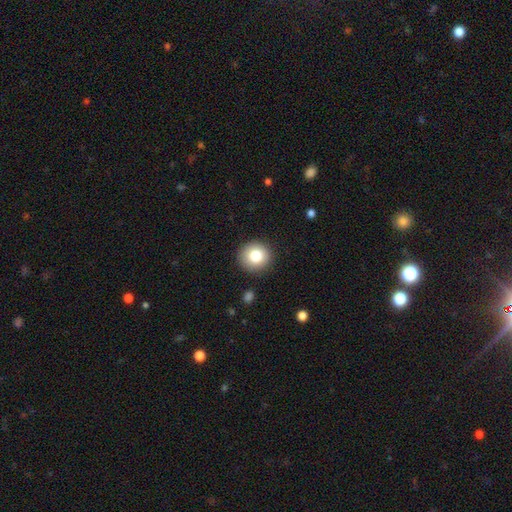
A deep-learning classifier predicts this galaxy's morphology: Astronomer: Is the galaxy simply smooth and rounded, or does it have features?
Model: smooth — 80%.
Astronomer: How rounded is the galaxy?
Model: round — 91%.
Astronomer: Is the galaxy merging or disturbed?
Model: none — 90%.